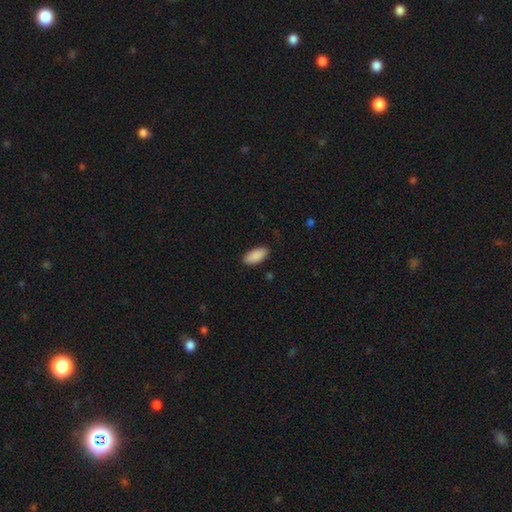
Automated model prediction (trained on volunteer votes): smooth_or_featured: smooth (p=0.91) [alt: star or artifact p=0.06]
how_rounded: in between (p=0.90) [alt: cigar-shaped p=0.08]
merging: none (p=0.87) [alt: minor disturbance p=0.10]